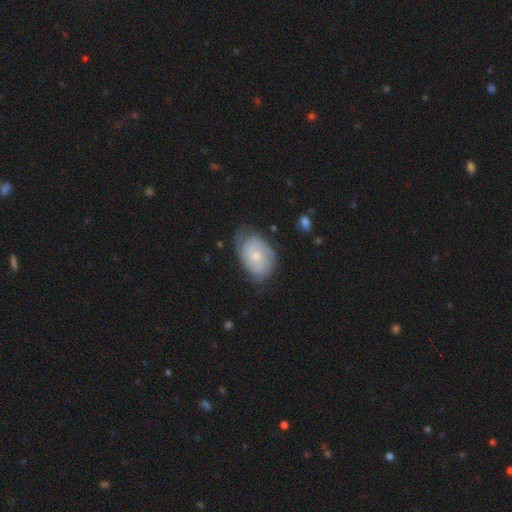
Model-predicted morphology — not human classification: Smooth or featured: featured or disk — 58% (smooth — 35%)
Edge-on disk: no — 96% (yes — 4%)
Bar: no — 79% (weak — 19%)
Spiral arms: yes — 83% (no — 17%)
Bulge size: small — 54% (moderate — 41%)
Merging: none — 62% (minor disturbance — 28%)